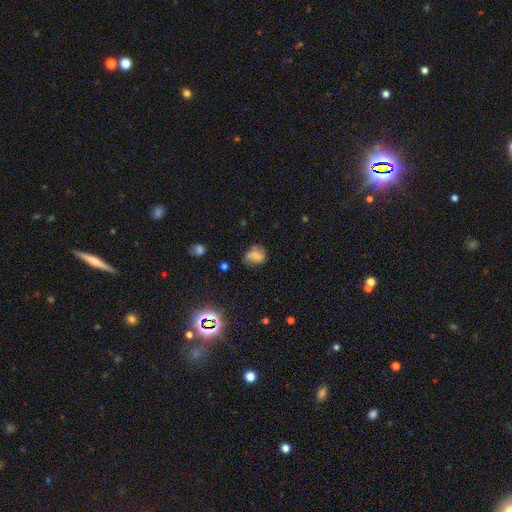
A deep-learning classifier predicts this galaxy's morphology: smooth-or-featured: smooth: 62% | featured or disk: 23% | star or artifact: 15%
  how-rounded: round: 50% | in between: 49% | cigar-shaped: 2%
  merging: none: 59% | minor disturbance: 28% | major disturbance: 10% | merger: 3%